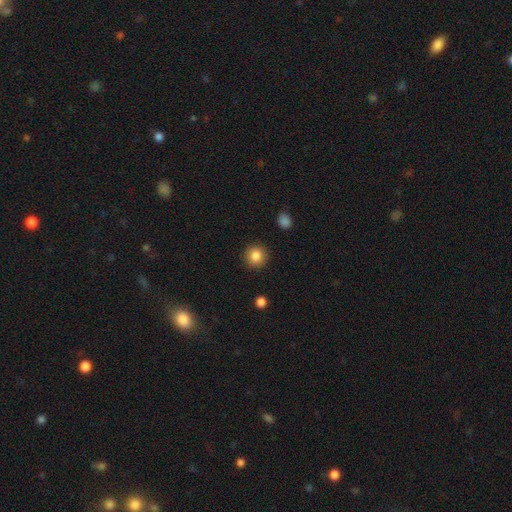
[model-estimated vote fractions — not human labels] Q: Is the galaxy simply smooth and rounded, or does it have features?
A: smooth — 86%.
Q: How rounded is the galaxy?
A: round — 93%.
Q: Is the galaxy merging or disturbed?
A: none — 91%.